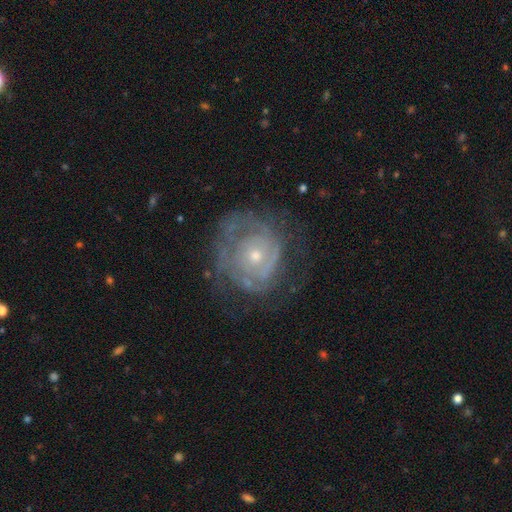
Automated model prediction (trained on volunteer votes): Smooth or featured: featured or disk — 80% (smooth — 13%)
Edge-on disk: no — 97% (yes — 3%)
Bar: no — 84% (weak — 13%)
Spiral arms: yes — 81% (no — 19%)
Spiral winding: tight — 71% (medium — 21%)
Spiral arm count: can't tell — 48% (2 — 20%)
Bulge size: small — 58% (moderate — 38%)
Merging: none — 61% (minor disturbance — 21%)